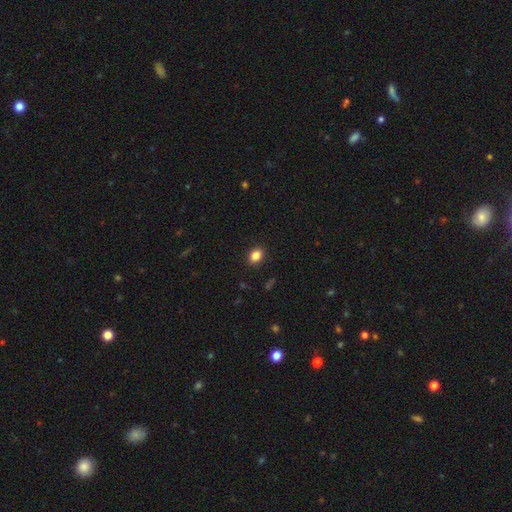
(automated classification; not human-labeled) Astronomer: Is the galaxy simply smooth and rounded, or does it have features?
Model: smooth — 85%.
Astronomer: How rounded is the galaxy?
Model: in between — 60% (runner-up: round, 39%).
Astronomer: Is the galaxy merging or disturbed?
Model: none — 90%.